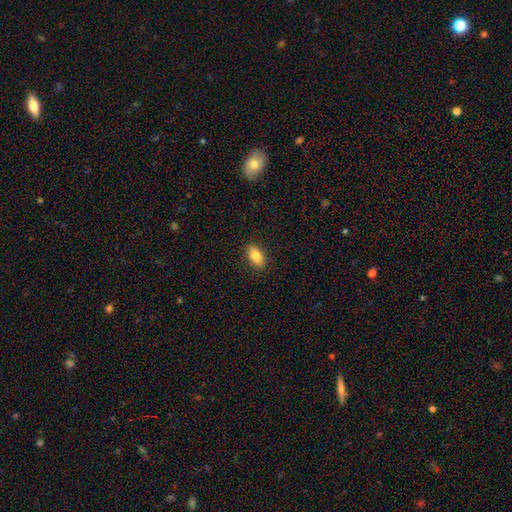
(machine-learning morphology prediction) Smooth or featured? Predicted: smooth (p=0.85). How rounded? Predicted: in between (p=0.90). Merging? Predicted: none (p=0.89).